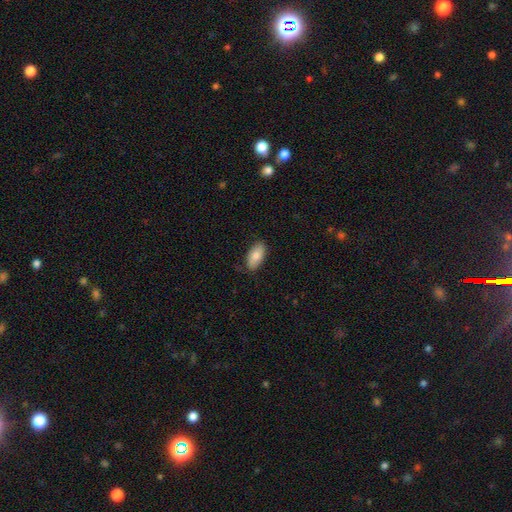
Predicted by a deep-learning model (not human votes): smooth 81%, featured or disk 13%, star or artifact 6%. Down the decision tree: how rounded — in between (92%); merging — none (82%).